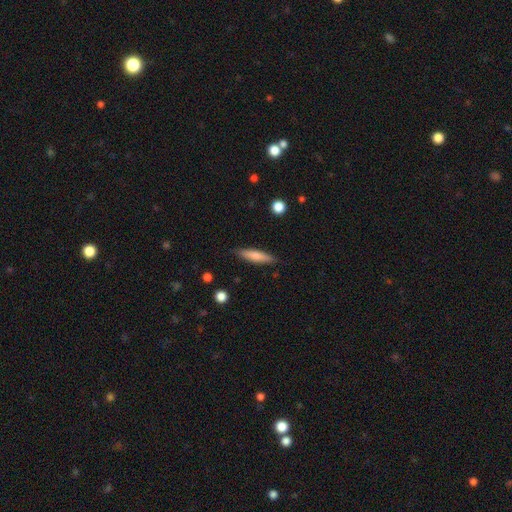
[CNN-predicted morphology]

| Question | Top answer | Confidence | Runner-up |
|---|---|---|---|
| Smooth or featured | smooth | 72% | featured or disk (23%) |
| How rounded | cigar-shaped | 84% | in between (15%) |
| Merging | none | 88% | minor disturbance (9%) |